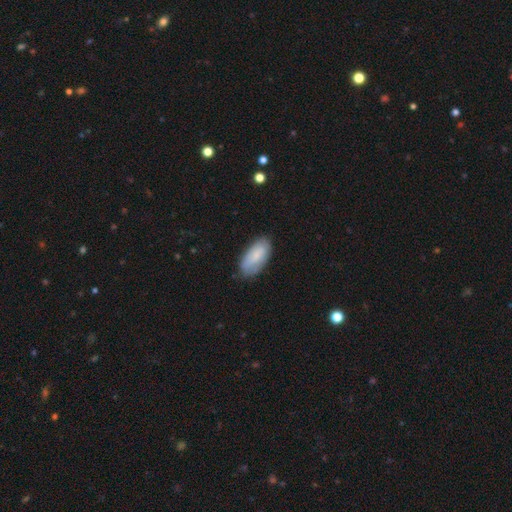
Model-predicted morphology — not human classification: Smooth or featured?
  - smooth: 78% *
  - featured or disk: 16%
  - star or artifact: 6%
How rounded?
  - in between: 91% *
  - cigar-shaped: 7%
  - round: 2%
Merging?
  - none: 76% *
  - minor disturbance: 19%
  - major disturbance: 4%
  - merger: 1%